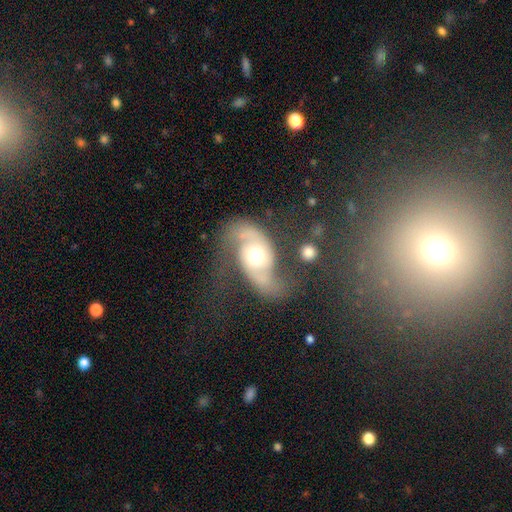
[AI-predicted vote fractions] This appears to be a featured or disk galaxy (87%) with no bar (64%), 2 (91%) loose (55%) spiral arms (96%) and a moderate central bulge (71%). Merging: none (51%).